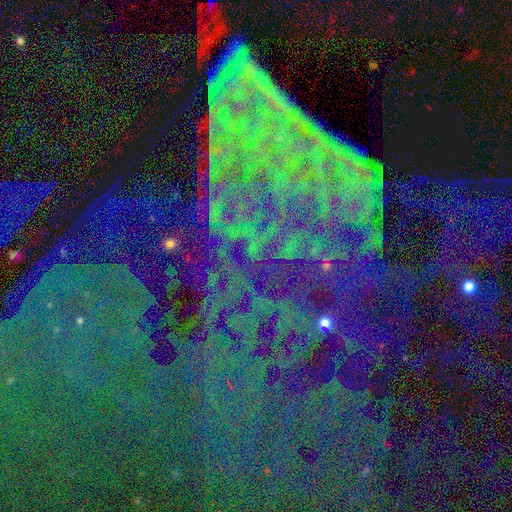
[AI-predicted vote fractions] Smooth or featured: star or artifact — 84% (featured or disk — 9%)